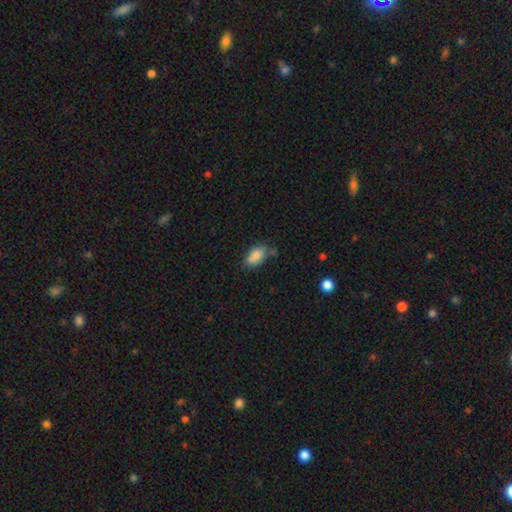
This appears to be a smooth galaxy with no disk features (82%) that is in between round and cigar-shaped (87%). Merging: none (39%).